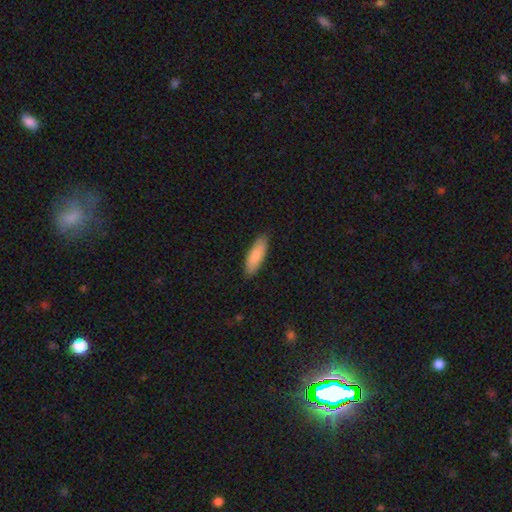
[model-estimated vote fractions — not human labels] smooth 87%, featured or disk 7%, star or artifact 5%. Down the decision tree: how rounded — in between (57%); merging — none (87%).